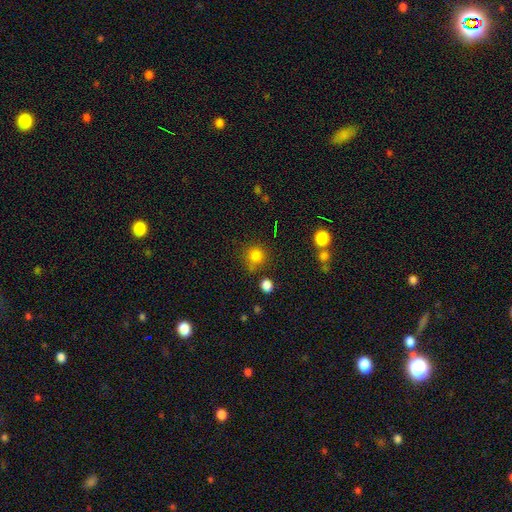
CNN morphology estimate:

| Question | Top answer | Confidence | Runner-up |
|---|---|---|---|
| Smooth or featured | smooth | 81% | star or artifact (14%) |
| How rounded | round | 90% | in between (9%) |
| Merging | none | 73% | minor disturbance (14%) |